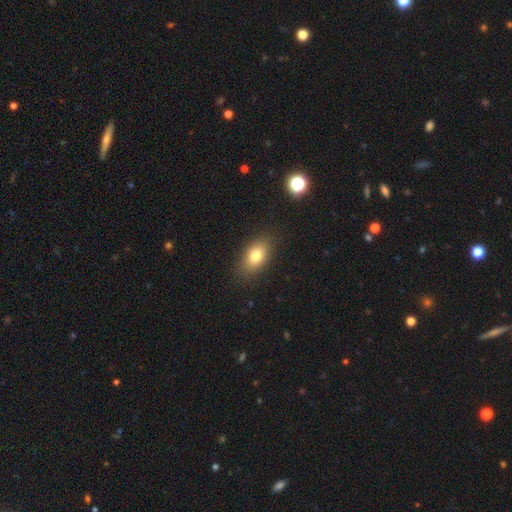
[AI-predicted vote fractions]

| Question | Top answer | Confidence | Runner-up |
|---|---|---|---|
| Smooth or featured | smooth | 78% | featured or disk (13%) |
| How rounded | in between | 86% | round (10%) |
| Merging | none | 86% | minor disturbance (10%) |